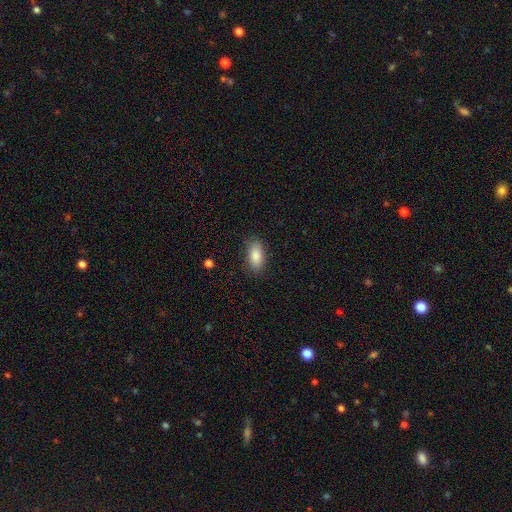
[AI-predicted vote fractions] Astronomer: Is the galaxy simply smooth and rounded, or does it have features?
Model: smooth — 86%.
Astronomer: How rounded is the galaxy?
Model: in between — 89%.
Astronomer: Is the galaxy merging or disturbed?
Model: none — 85%.